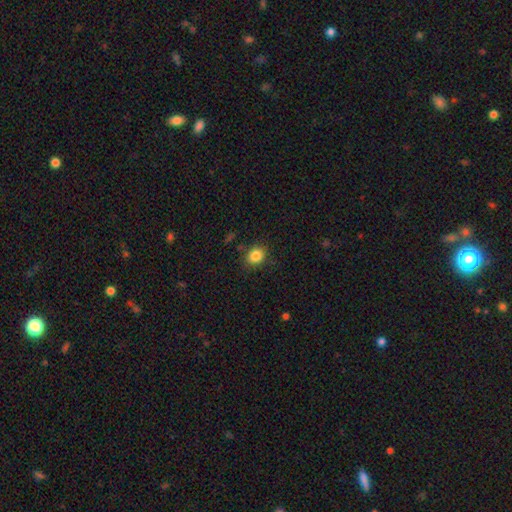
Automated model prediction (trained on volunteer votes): This appears to be a smooth galaxy with no disk features (84%) that is round (61%). Merging: none (84%).